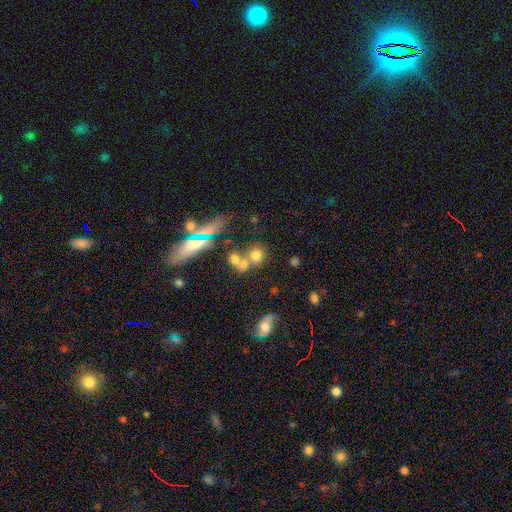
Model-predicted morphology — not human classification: A smooth galaxy with no disk features (66%) that is round (74%).

Vote fractions:
- Smooth or featured? smooth: 66% / star or artifact: 17% / featured or disk: 17%
- How rounded? round: 74% / in between: 23% / cigar-shaped: 3%
- Merging? merger: 45% / none: 39% / minor disturbance: 10% / major disturbance: 7%